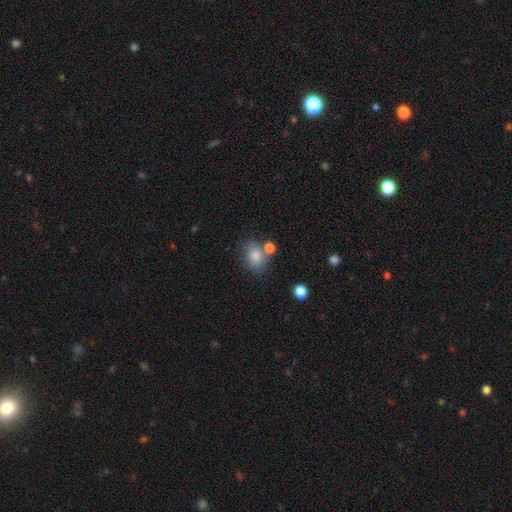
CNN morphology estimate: smooth_or_featured: smooth (p=0.82) [alt: star or artifact p=0.10]
how_rounded: in between (p=0.60) [alt: round p=0.39]
merging: none (p=0.62) [alt: merger p=0.18]